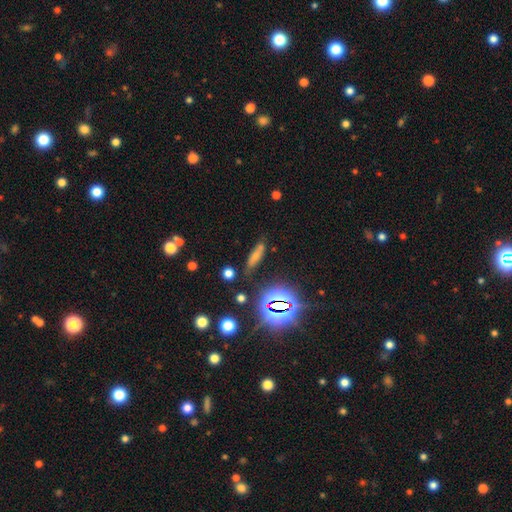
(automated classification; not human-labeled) A smooth galaxy with no disk features (61%) that is cigar-shaped (64%).

Vote fractions:
- Smooth or featured? smooth: 61% / star or artifact: 21% / featured or disk: 17%
- How rounded? cigar-shaped: 64% / in between: 31% / round: 5%
- Merging? none: 70% / minor disturbance: 18% / merger: 6% / major disturbance: 6%